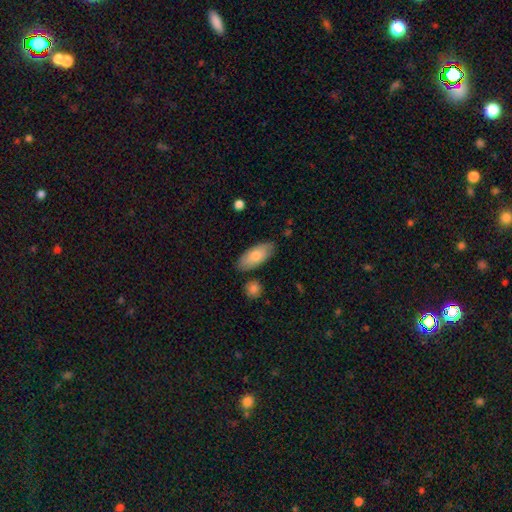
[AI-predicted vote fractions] A smooth galaxy with no disk features (76%) that is in between round and cigar-shaped (87%). Merging: none (83%).